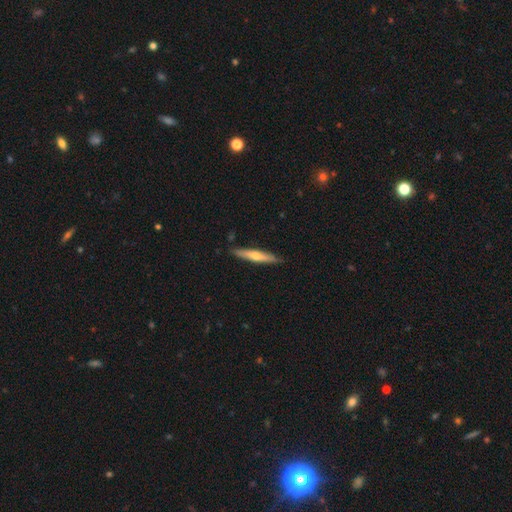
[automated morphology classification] A featured or disk galaxy (48%).

Vote fractions:
- Smooth or featured? featured or disk: 48% / smooth: 47% / star or artifact: 5%
- Merging? none: 86% / minor disturbance: 11% / major disturbance: 2% / merger: 1%